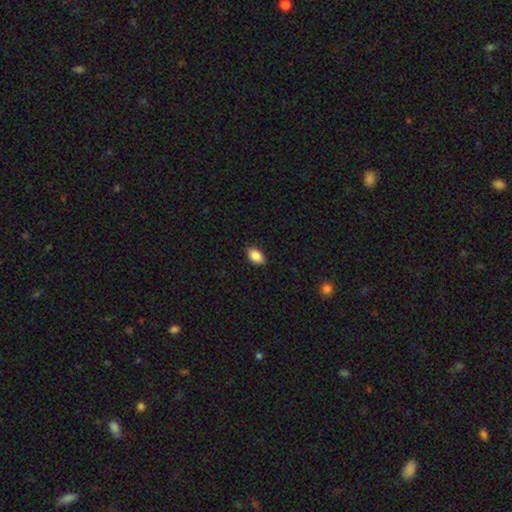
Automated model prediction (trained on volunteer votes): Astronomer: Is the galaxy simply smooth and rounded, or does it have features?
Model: smooth — 88%.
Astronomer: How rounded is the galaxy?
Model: in between — 91%.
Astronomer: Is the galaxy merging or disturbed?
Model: none — 88%.